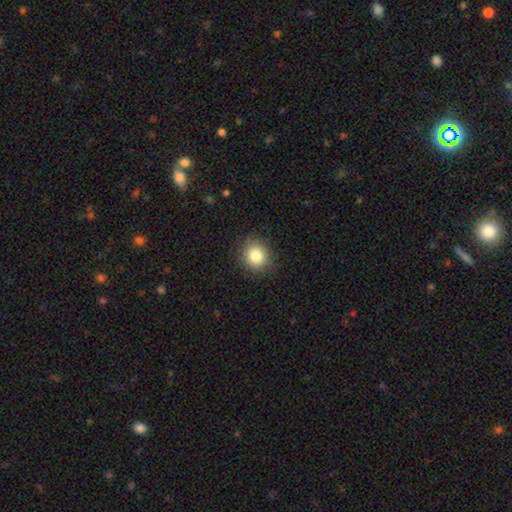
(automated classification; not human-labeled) Overall: smooth (84%). How rounded: round (85%). Merging: none (88%).